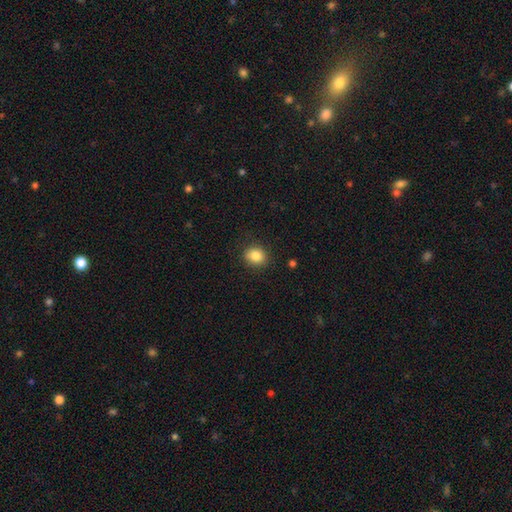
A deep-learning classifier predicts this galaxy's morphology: Smooth or featured? Predicted: smooth (p=0.85). How rounded? Predicted: round (p=0.64). Merging? Predicted: none (p=0.87).